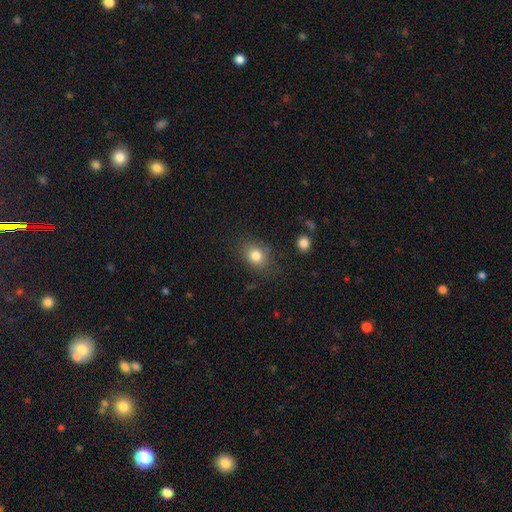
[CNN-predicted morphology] This appears to be a smooth galaxy with no disk features (82%) that is round (59%). Merging: none (79%).